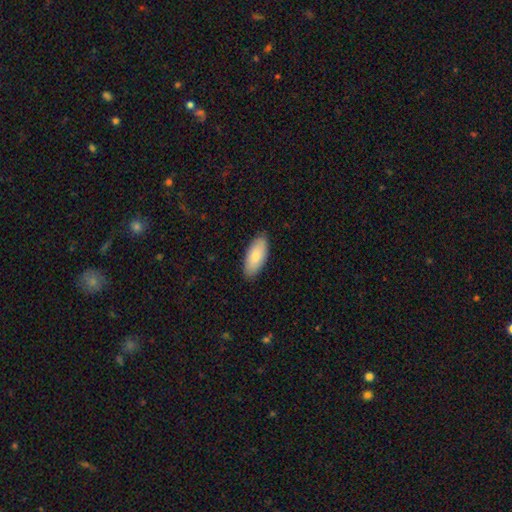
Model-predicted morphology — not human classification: Q: Smooth or featured?
A: smooth (81%); runner-up: featured or disk (13%)
Q: How rounded?
A: in between (89%); runner-up: cigar-shaped (9%)
Q: Merging?
A: none (86%); runner-up: minor disturbance (11%)